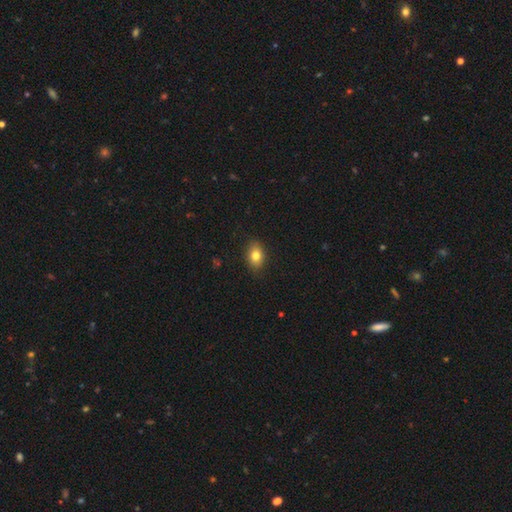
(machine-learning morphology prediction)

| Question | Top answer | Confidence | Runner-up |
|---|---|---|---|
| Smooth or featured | smooth | 80% | featured or disk (11%) |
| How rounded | in between | 78% | round (20%) |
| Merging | none | 87% | minor disturbance (10%) |